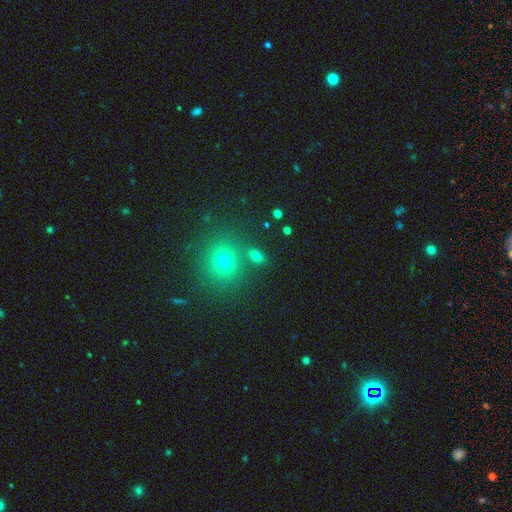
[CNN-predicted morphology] Overall: smooth (72%). How rounded: in between (71%). Merging: none (72%).